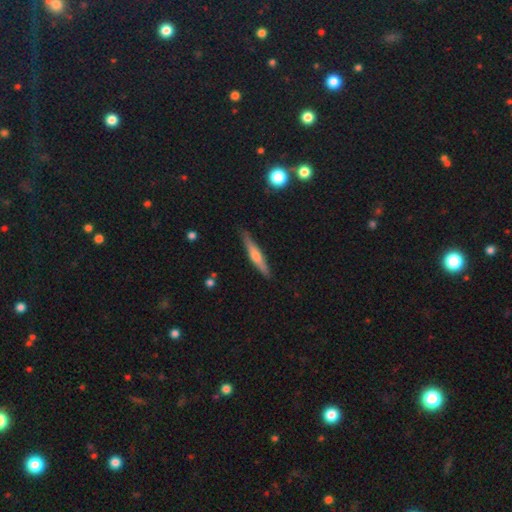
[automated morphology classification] smooth_or_featured: featured or disk (p=0.56) [alt: smooth p=0.38]
disk_edge_on: yes (p=0.96) [alt: no p=0.04]
edge_on_bulge: rounded (p=0.80) [alt: none p=0.14]
merging: none (p=0.88) [alt: minor disturbance p=0.09]